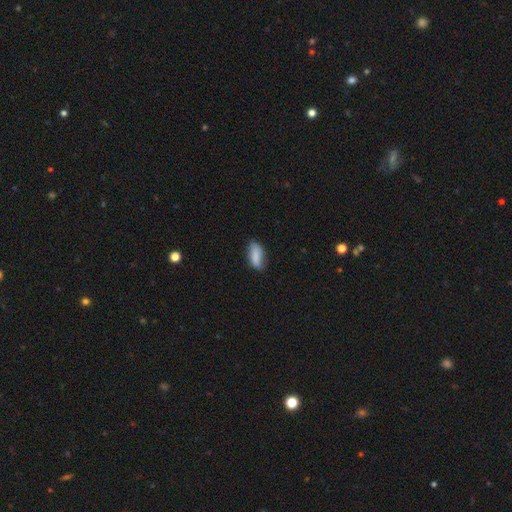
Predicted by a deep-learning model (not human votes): Q: Smooth or featured?
A: smooth (81%); runner-up: featured or disk (11%)
Q: How rounded?
A: in between (81%); runner-up: cigar-shaped (16%)
Q: Merging?
A: none (71%); runner-up: minor disturbance (23%)